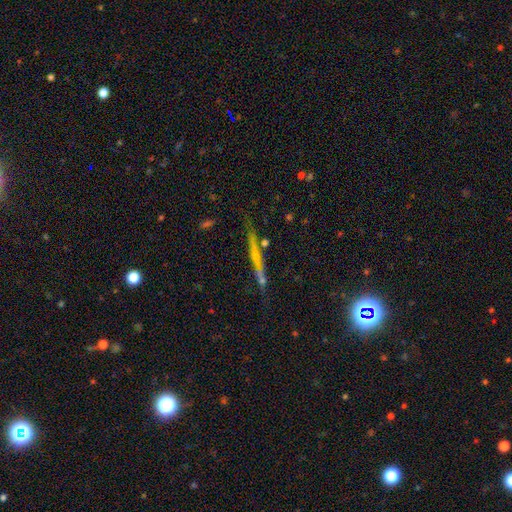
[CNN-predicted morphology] featured or disk 59%, smooth 29%, star or artifact 12%. Down the decision tree: edge-on disk — yes (94%); edge-on bulge — none (59%); merging — none (76%).